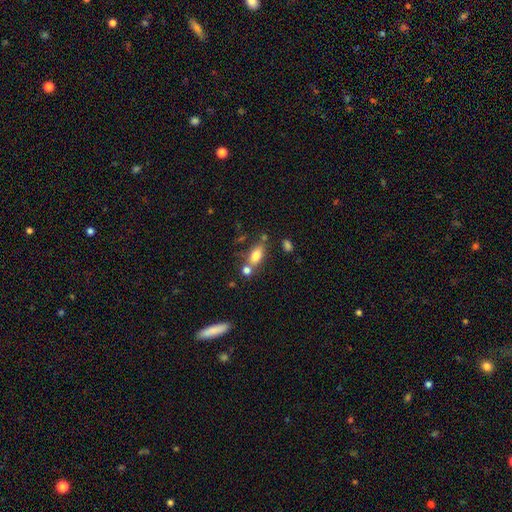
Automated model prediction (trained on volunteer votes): Smooth or featured?
  - smooth: 77% *
  - featured or disk: 14%
  - star or artifact: 9%
How rounded?
  - in between: 82% *
  - round: 9%
  - cigar-shaped: 9%
Merging?
  - none: 55% *
  - merger: 26%
  - minor disturbance: 14%
  - major disturbance: 6%